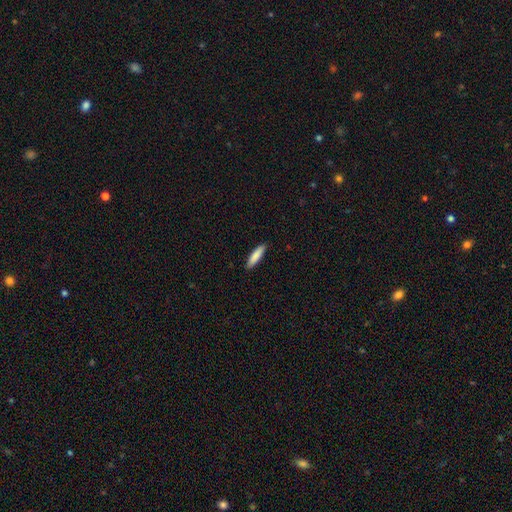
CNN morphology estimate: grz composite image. It shows a smooth galaxy with no disk features (86%) that is cigar-shaped (74%). Merging: none (90%).